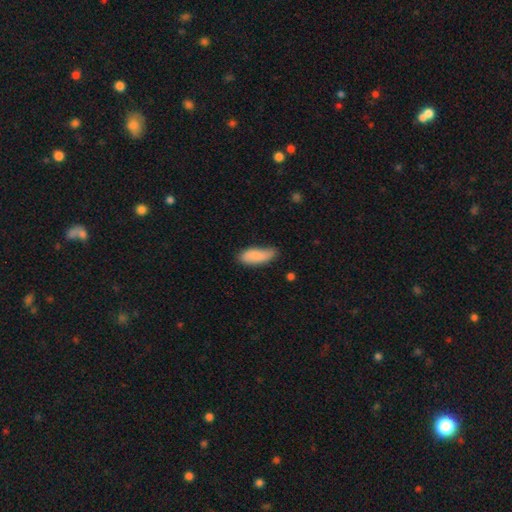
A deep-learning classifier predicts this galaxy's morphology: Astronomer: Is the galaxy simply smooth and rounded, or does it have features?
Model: smooth — 83%.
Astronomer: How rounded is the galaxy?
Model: in between — 73%.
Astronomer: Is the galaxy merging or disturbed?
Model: none — 57% (runner-up: minor disturbance, 34%).